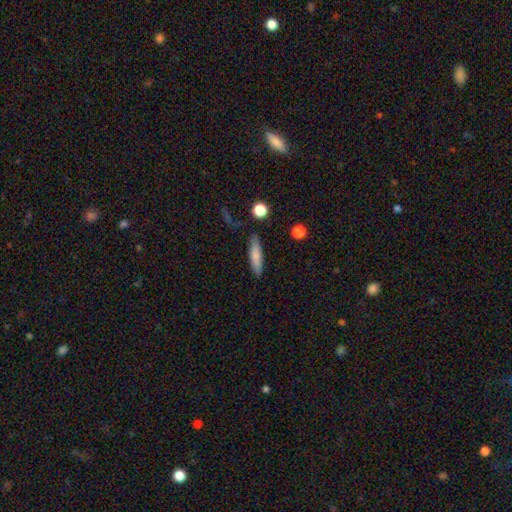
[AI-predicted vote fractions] This is likely a smooth galaxy (79%). How rounded: likely cigar-shaped (75%). Merging: clearly none (84%).